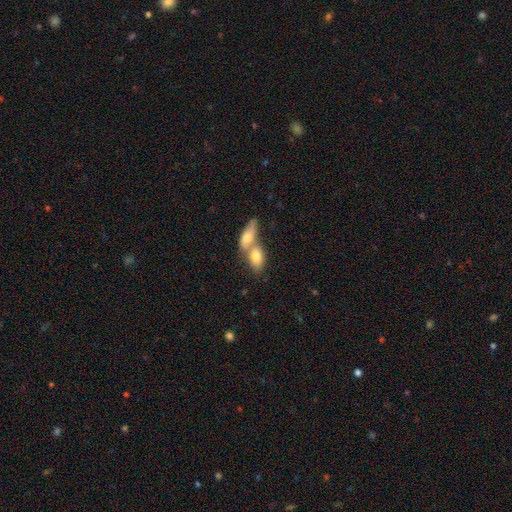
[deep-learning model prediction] Smooth or featured? smooth (74%)
How rounded? in between (82%)
Merging? merger (65%)